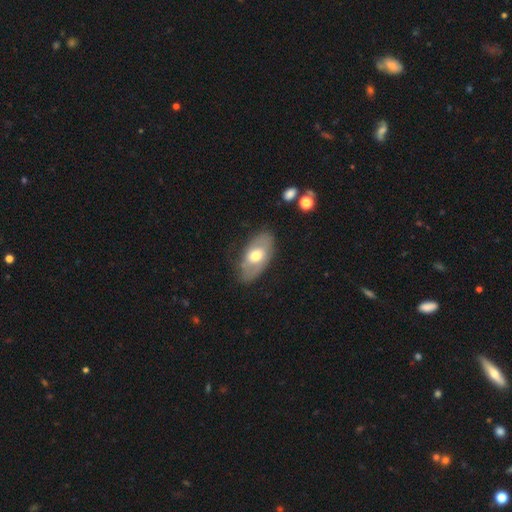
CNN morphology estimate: smooth-or-featured: smooth: 48% | featured or disk: 46% | star or artifact: 6%
  merging: none: 72% | minor disturbance: 20% | major disturbance: 6% | merger: 2%